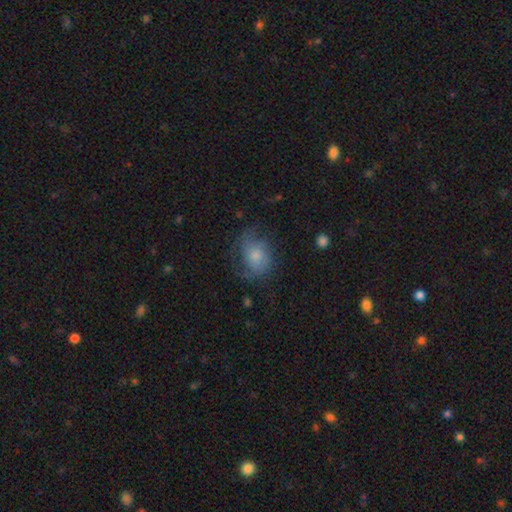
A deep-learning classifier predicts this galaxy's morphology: Smooth or featured? Predicted: smooth (p=0.48). Merging? Predicted: none (p=0.55).